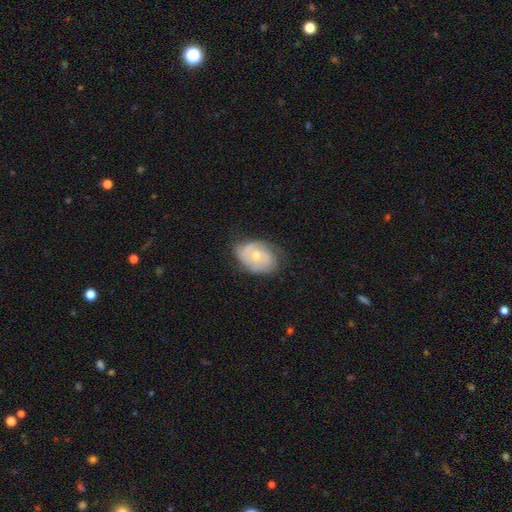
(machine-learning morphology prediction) Overall: featured or disk (55%; smooth 38%). Edge-on disk: no (95%). Bar: no (80%). Spiral arms: yes (69%; no 31%). Bulge size: moderate (57%; small 39%). Merging: none (58%; minor disturbance 30%).